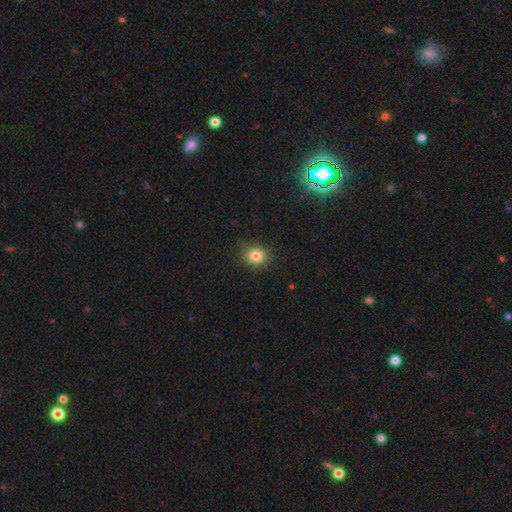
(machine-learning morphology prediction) Smooth or featured? Predicted: smooth (p=0.82). How rounded? Predicted: round (p=0.78). Merging? Predicted: none (p=0.84).